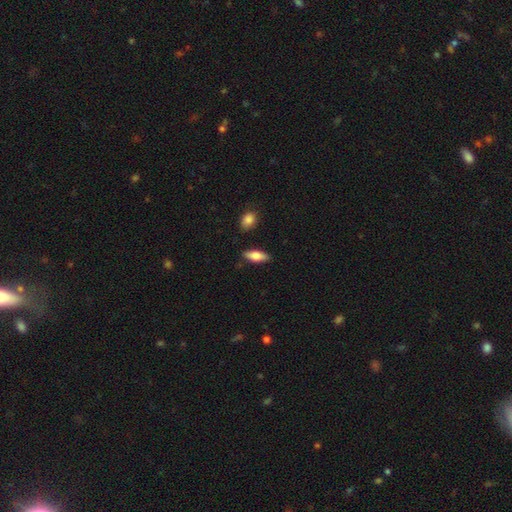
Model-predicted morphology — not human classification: Smooth or featured? Predicted: smooth (p=0.74). How rounded? Predicted: in between (p=0.70). Merging? Predicted: none (p=0.85).